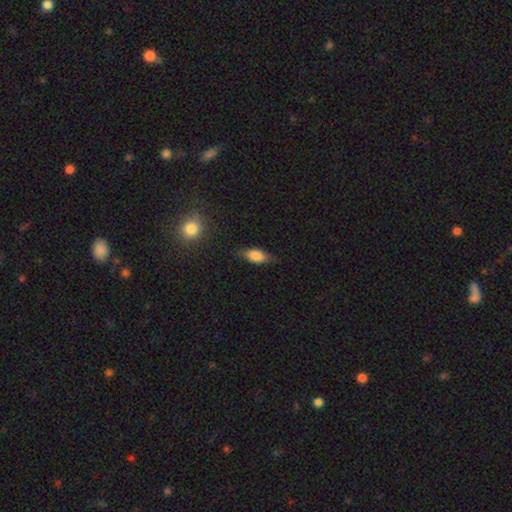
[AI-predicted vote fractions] The model was most divided on "merging": none: 76%, minor disturbance: 18%, major disturbance: 4%, merger: 1%. More confident: how rounded — in between (80%); smooth or featured — smooth (75%).